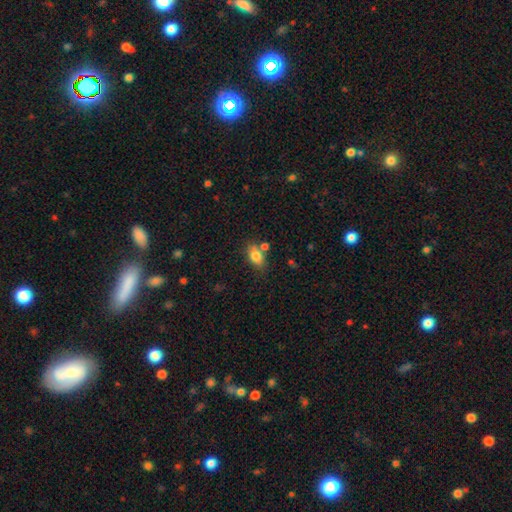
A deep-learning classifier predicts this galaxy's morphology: The model was most divided on "merging": none: 63%, merger: 18%, minor disturbance: 15%, major disturbance: 4%. More confident: how rounded — in between (82%); smooth or featured — smooth (80%).